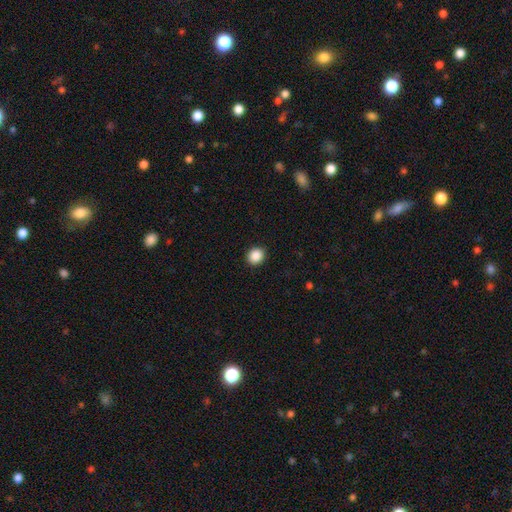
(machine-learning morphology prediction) Smooth or featured: smooth — 89% (star or artifact — 9%)
How rounded: round — 75% (in between — 24%)
Merging: none — 92% (minor disturbance — 5%)